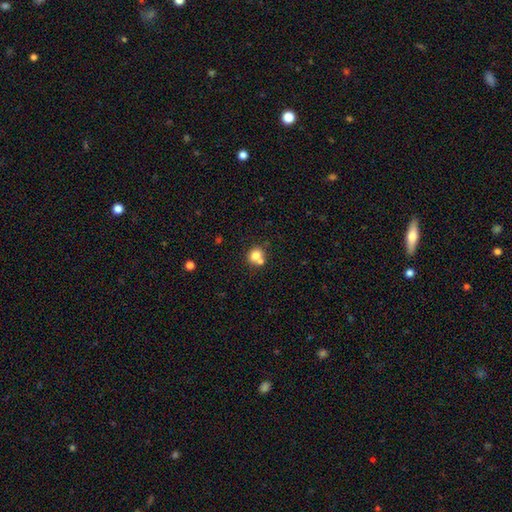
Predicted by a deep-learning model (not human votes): This appears to be a smooth galaxy with no disk features (76%) that is round (80%). Merging: none (51%).